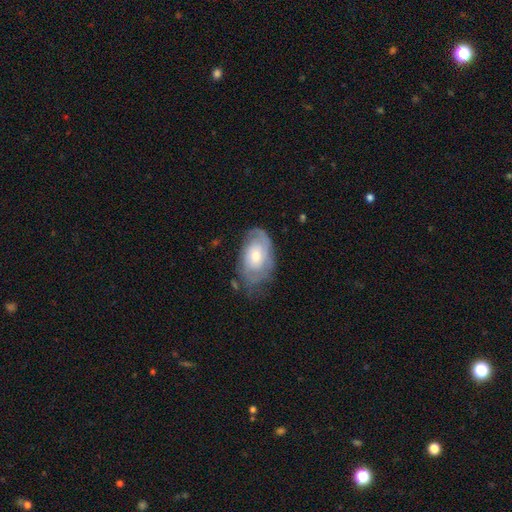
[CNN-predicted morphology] type=featured or disk (65%); edge-on=no (94%); bar=no (76%); spiral arms=yes (81%); bulge=moderate (58%); merging=none (60%).